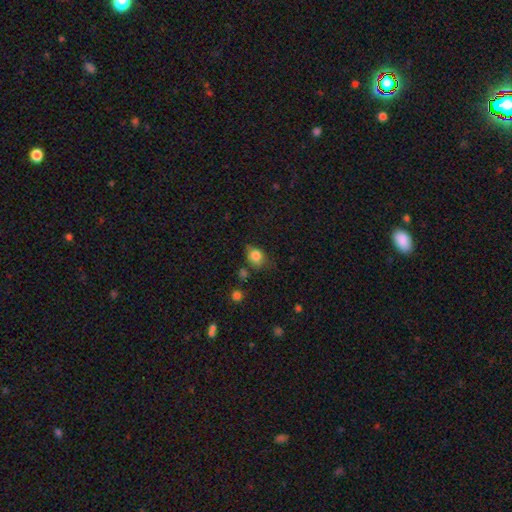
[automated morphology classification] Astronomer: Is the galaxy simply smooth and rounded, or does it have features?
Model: smooth — 82%.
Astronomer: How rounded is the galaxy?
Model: in between — 52% (runner-up: round, 47%).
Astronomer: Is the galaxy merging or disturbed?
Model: none — 57%.